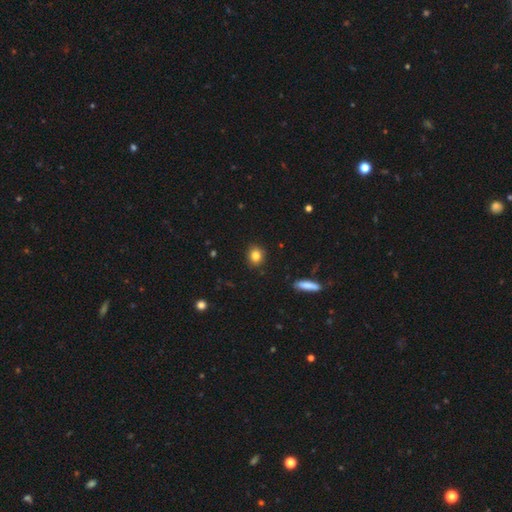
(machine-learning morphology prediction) smooth 83%, star or artifact 10%, featured or disk 7%. Down the decision tree: how rounded — round (75%); merging — none (90%).